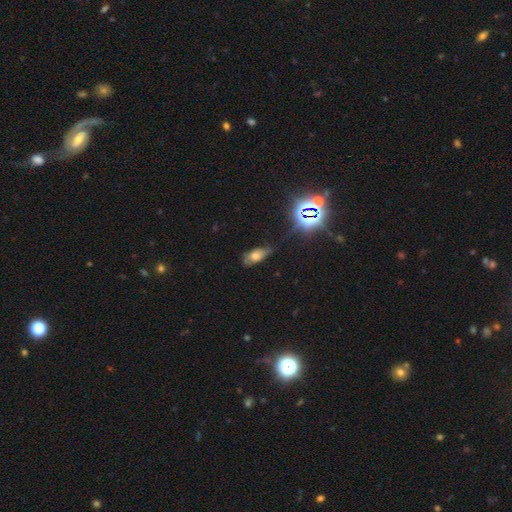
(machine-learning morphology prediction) A smooth galaxy with no disk features (57%) that is in between round and cigar-shaped (86%).

Vote fractions:
- Smooth or featured? smooth: 57% / featured or disk: 23% / star or artifact: 20%
- How rounded? in between: 86% / cigar-shaped: 9% / round: 5%
- Merging? none: 54% / minor disturbance: 32% / major disturbance: 11% / merger: 3%